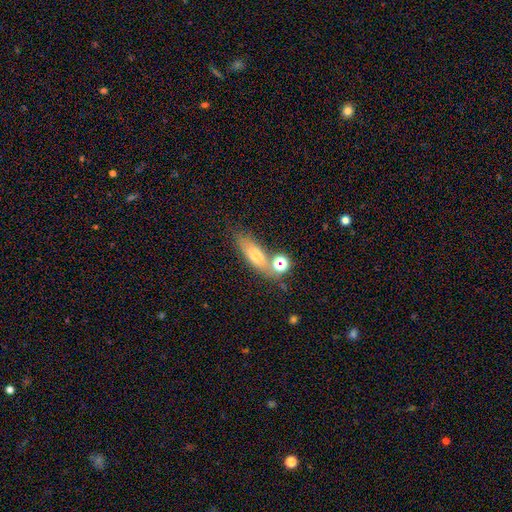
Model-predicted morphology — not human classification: A smooth galaxy with no disk features (64%) that is in between round and cigar-shaped (49%).

Vote fractions:
- Smooth or featured? smooth: 64% / featured or disk: 22% / star or artifact: 14%
- How rounded? in between: 49% / cigar-shaped: 41% / round: 9%
- Merging? none: 59% / minor disturbance: 17% / merger: 16% / major disturbance: 8%